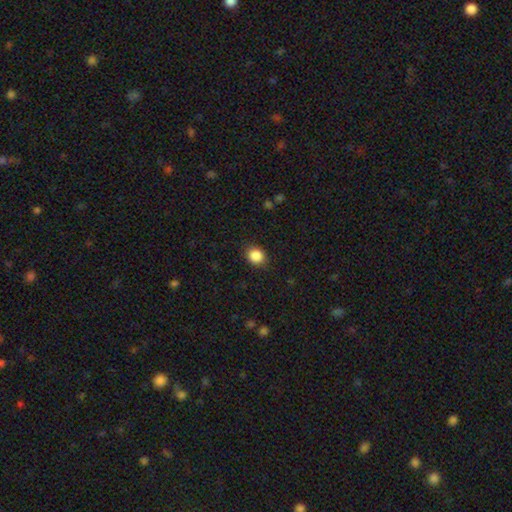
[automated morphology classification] Smooth or featured? smooth (87%)
How rounded? round (73%)
Merging? none (87%)